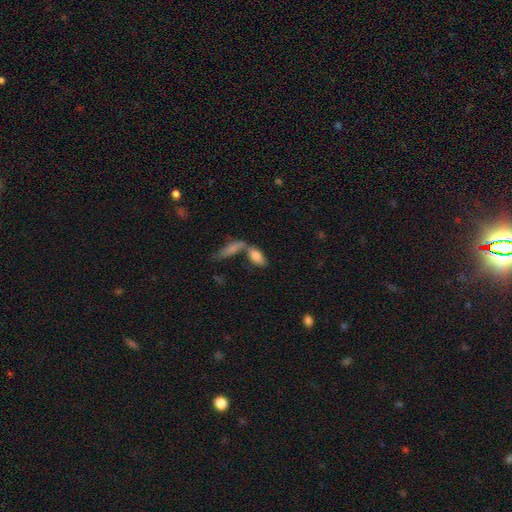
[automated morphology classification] Q: Smooth or featured?
A: smooth (79%); runner-up: featured or disk (14%)
Q: How rounded?
A: in between (83%); runner-up: cigar-shaped (14%)
Q: Merging?
A: merger (50%); runner-up: none (35%)